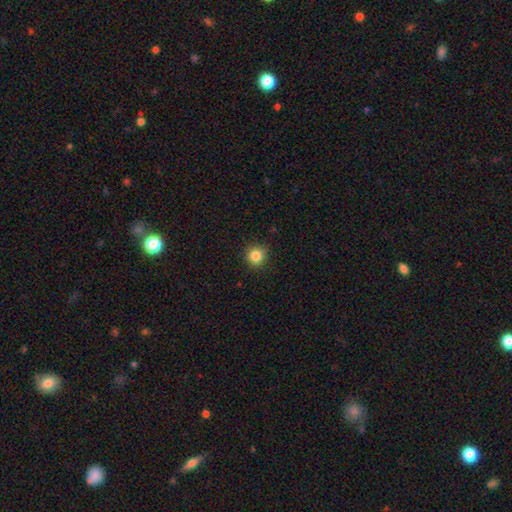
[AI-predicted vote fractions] A smooth galaxy with no disk features (84%) that is round (92%).

Vote fractions:
- Smooth or featured? smooth: 84% / star or artifact: 11% / featured or disk: 4%
- How rounded? round: 92% / in between: 7% / cigar-shaped: 1%
- Merging? none: 90% / minor disturbance: 7% / major disturbance: 2% / merger: 1%